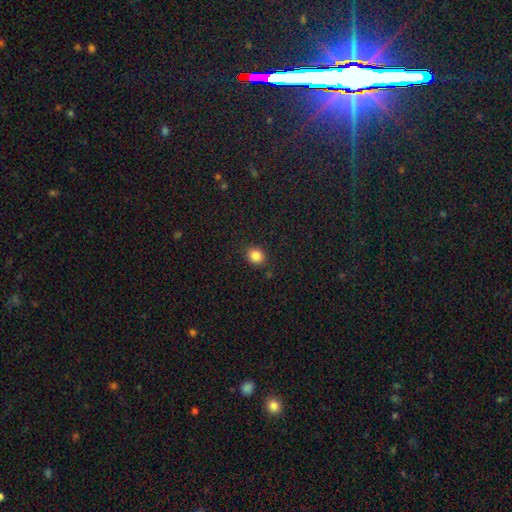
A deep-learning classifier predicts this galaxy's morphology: smooth 84%, star or artifact 11%, featured or disk 5%. Down the decision tree: how rounded — round (72%); merging — none (86%).